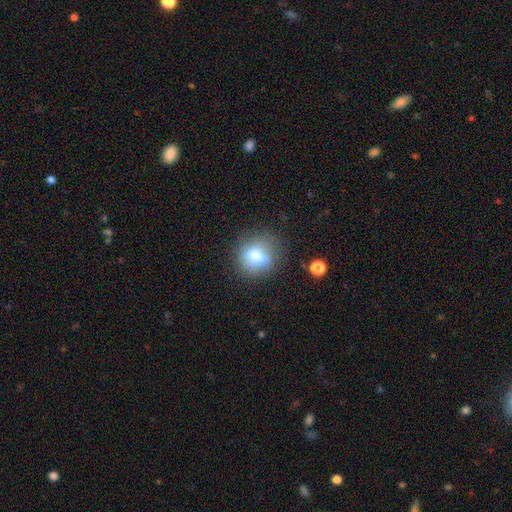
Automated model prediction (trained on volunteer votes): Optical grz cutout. It shows a smooth galaxy with no disk features (73%) that is round (81%). Merging: none (66%).